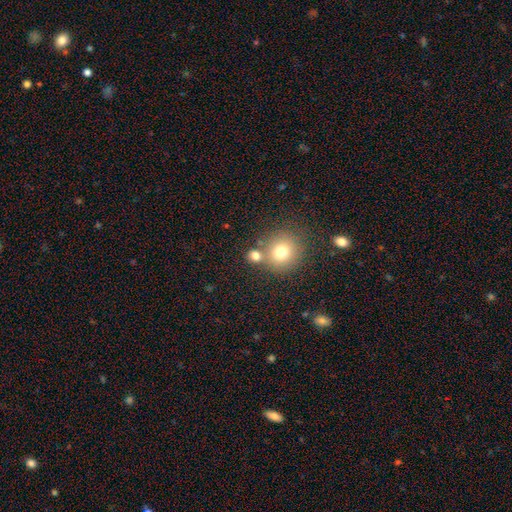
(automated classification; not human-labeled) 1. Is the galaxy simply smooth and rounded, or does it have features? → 76% smooth, 14% star or artifact, 10% featured or disk.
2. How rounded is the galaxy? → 82% round, 17% in between, 1% cigar-shaped.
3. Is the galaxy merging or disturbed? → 61% none, 27% merger, 9% minor disturbance, 4% major disturbance.